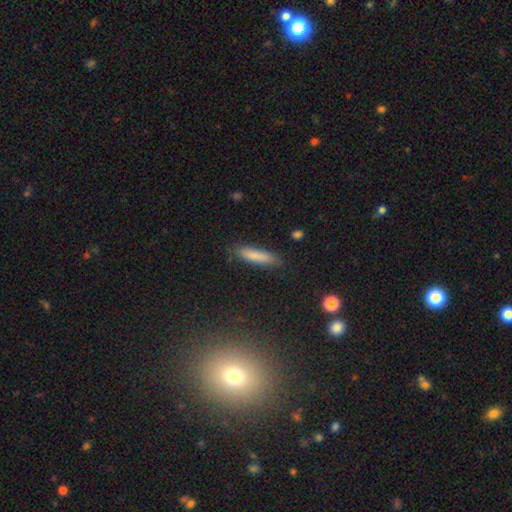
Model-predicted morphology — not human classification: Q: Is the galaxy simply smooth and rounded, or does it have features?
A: smooth — 83%.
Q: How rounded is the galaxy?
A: cigar-shaped — 77%.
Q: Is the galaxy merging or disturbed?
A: none — 84%.